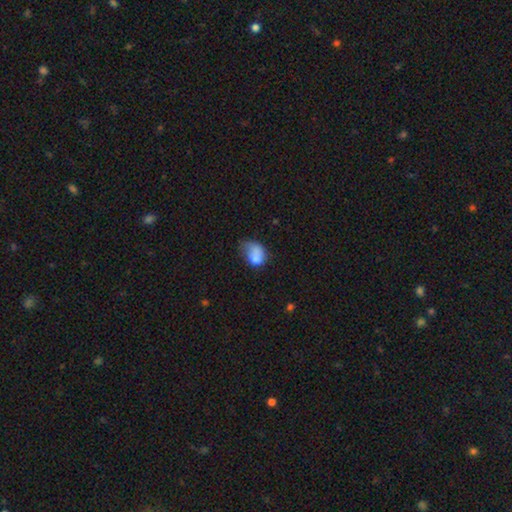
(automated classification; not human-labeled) This appears to be a smooth galaxy with no disk features (75%) that is in between round and cigar-shaped (71%). Merging: minor disturbance (34%).